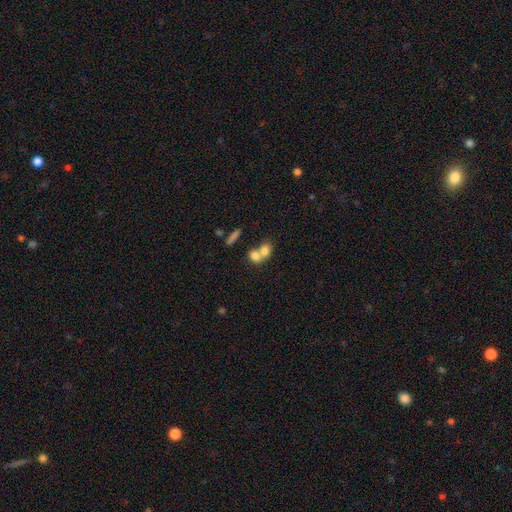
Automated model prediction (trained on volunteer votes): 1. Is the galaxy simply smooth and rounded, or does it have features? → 75% smooth, 16% featured or disk, 10% star or artifact.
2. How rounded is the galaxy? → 52% in between, 45% round, 3% cigar-shaped.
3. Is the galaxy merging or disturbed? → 65% merger, 26% none, 6% minor disturbance, 3% major disturbance.